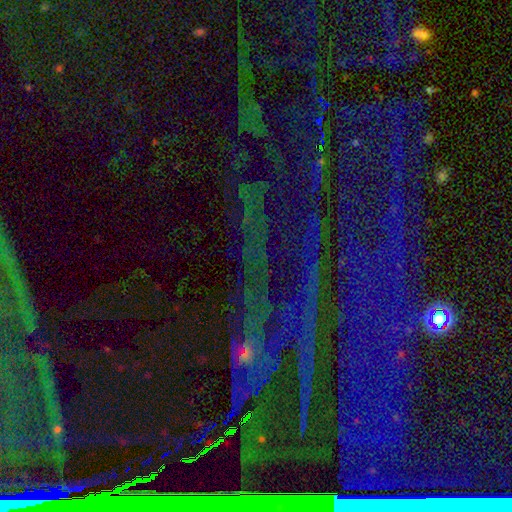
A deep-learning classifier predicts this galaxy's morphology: This is clearly a star or artifact rather than a galaxy (82%).